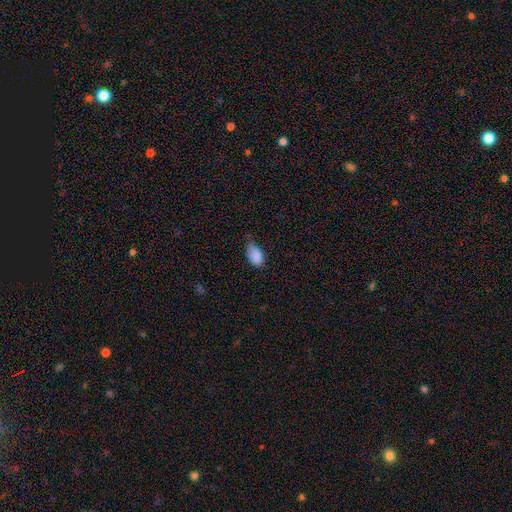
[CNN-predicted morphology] A smooth galaxy with no disk features (87%) that is in between round and cigar-shaped (90%). Merging: minor disturbance (46%).